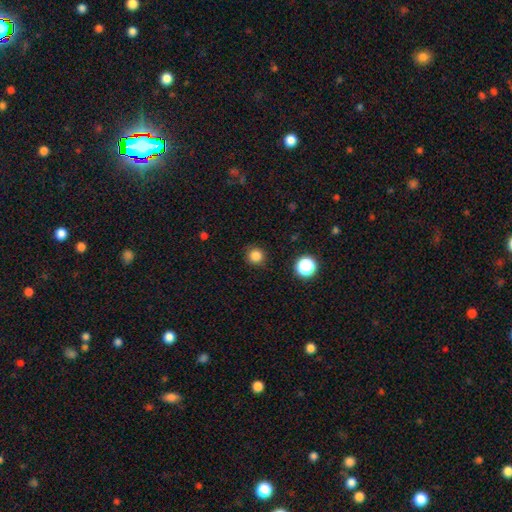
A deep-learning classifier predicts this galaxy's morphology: Smooth or featured? smooth (83%)
How rounded? round (93%)
Merging? none (88%)